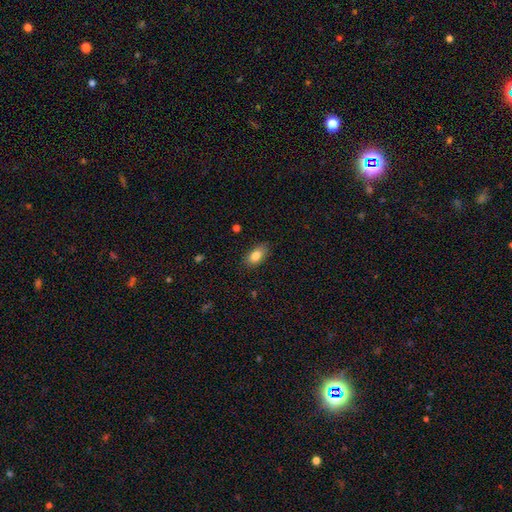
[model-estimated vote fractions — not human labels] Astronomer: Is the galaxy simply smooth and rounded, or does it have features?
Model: smooth — 83%.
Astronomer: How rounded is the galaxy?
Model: in between — 90%.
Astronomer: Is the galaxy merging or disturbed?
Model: none — 83%.